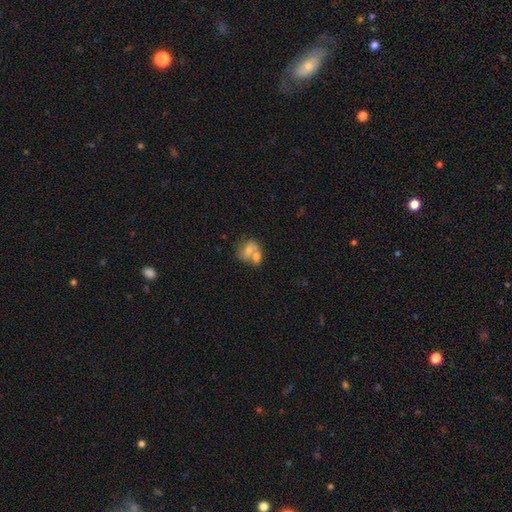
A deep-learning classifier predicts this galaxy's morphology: smooth-or-featured: smooth: 58% | featured or disk: 33% | star or artifact: 8%
  how-rounded: round: 50% | in between: 49% | cigar-shaped: 1%
  merging: merger: 60% | none: 24% | minor disturbance: 10% | major disturbance: 6%